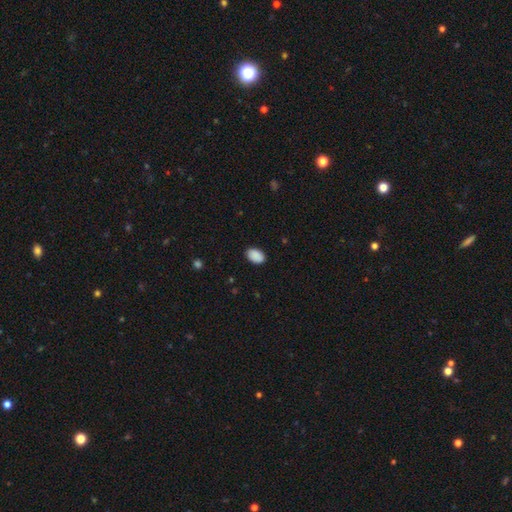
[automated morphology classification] Smooth or featured?
  - smooth: 90% *
  - star or artifact: 7%
  - featured or disk: 3%
How rounded?
  - in between: 89% *
  - round: 10%
  - cigar-shaped: 1%
Merging?
  - none: 87% *
  - minor disturbance: 10%
  - major disturbance: 2%
  - merger: 1%